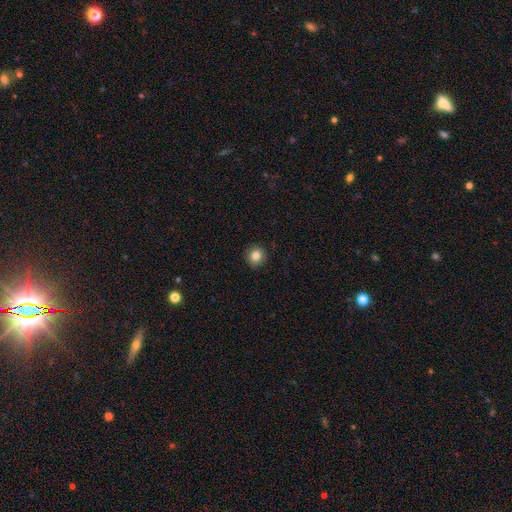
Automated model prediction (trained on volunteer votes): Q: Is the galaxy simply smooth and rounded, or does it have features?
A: smooth — 83%.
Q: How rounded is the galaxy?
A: round — 91%.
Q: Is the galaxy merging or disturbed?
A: none — 92%.